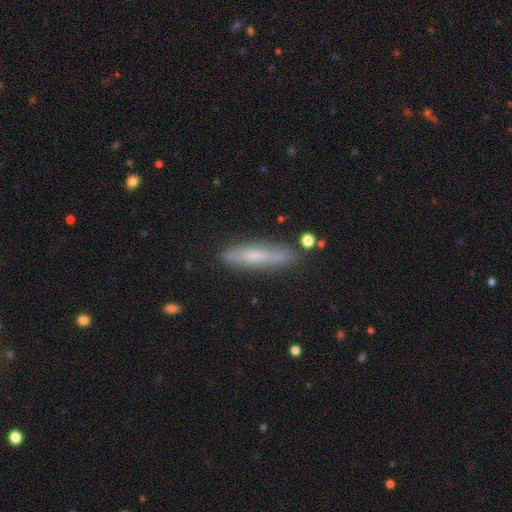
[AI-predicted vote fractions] This appears to be a smooth galaxy with no disk features (56%) that is cigar-shaped (84%). Merging: none (76%).